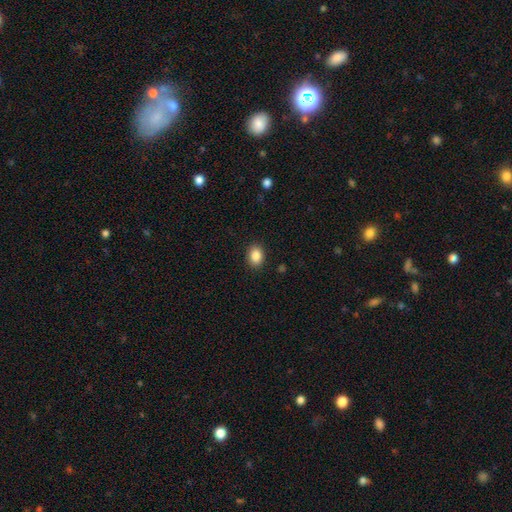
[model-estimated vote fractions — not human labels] Smooth or featured? Predicted: smooth (p=0.87). How rounded? Predicted: in between (p=0.65). Merging? Predicted: none (p=0.89).